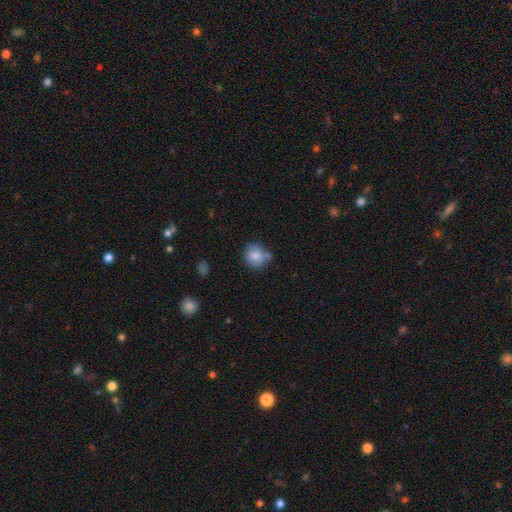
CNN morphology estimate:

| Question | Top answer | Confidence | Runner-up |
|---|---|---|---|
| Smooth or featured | smooth | 80% | featured or disk (11%) |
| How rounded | round | 79% | in between (20%) |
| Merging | none | 60% | minor disturbance (23%) |